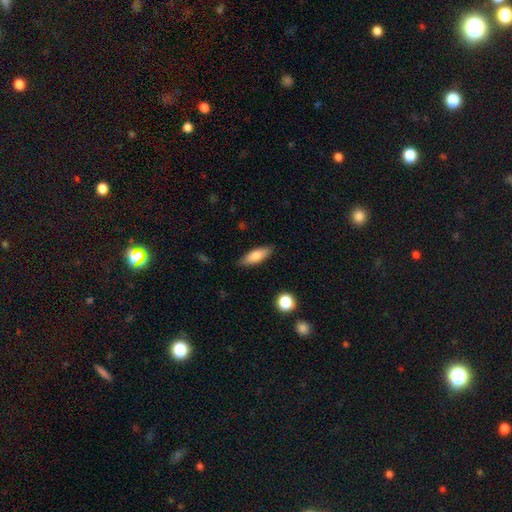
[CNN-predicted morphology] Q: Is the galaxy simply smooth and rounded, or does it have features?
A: smooth — 76%.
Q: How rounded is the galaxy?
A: in between — 59%.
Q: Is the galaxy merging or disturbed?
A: none — 86%.